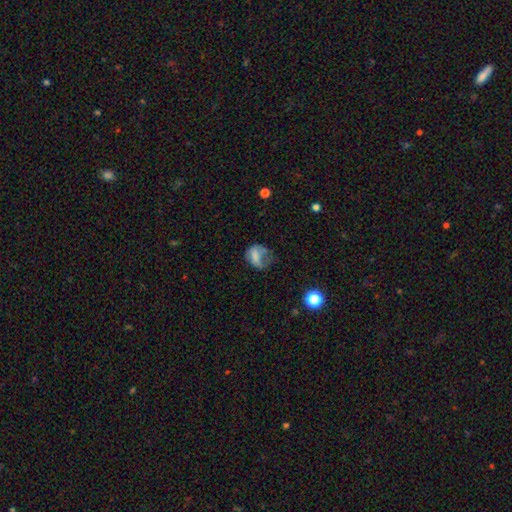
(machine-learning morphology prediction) Overall: smooth (57%; featured or disk 31%). How rounded: in between (58%; round 40%). Merging: major disturbance (41%; minor disturbance 28%).